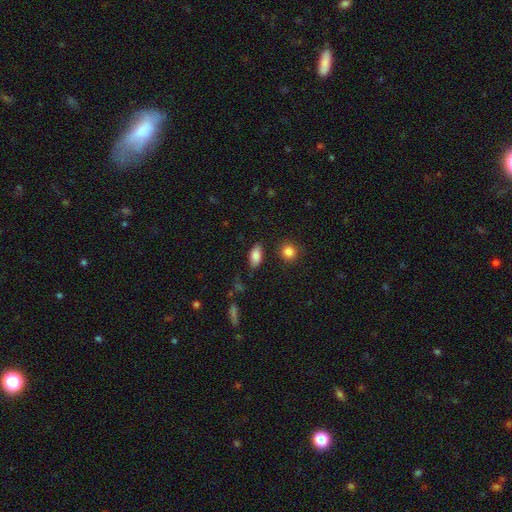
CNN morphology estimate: Overall: smooth (85%). How rounded: in between (88%). Merging: none (81%).